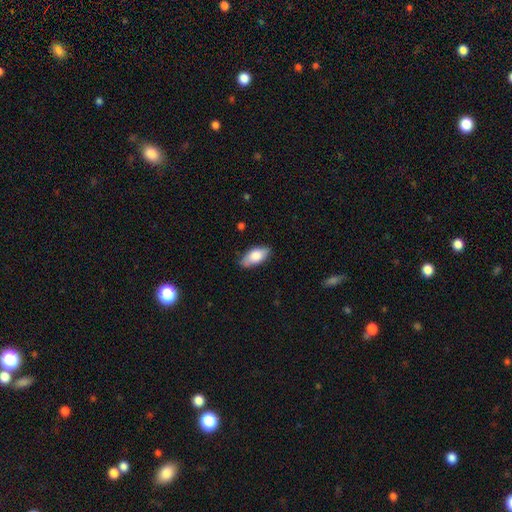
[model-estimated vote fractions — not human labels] smooth-or-featured: smooth: 77% | featured or disk: 16% | star or artifact: 6%
  how-rounded: in between: 89% | cigar-shaped: 8% | round: 3%
  merging: none: 81% | minor disturbance: 15% | major disturbance: 2% | merger: 1%